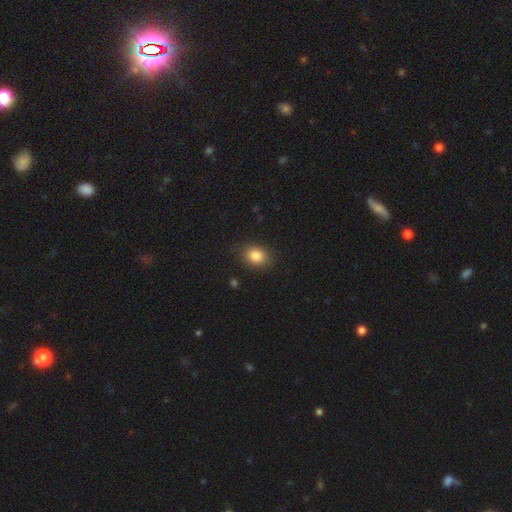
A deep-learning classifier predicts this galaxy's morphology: type=smooth (84%); roundness=in between (56%); merging=none (84%).